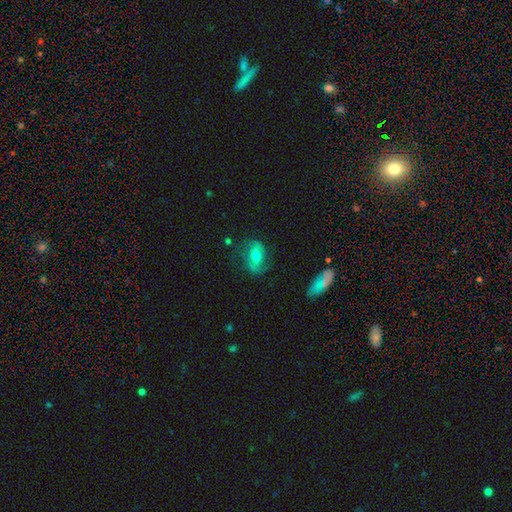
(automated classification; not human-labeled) A featured or disk galaxy (47%).

Vote fractions:
- Smooth or featured? featured or disk: 47% / smooth: 44% / star or artifact: 9%
- Merging? none: 61% / minor disturbance: 22% / major disturbance: 14% / merger: 3%